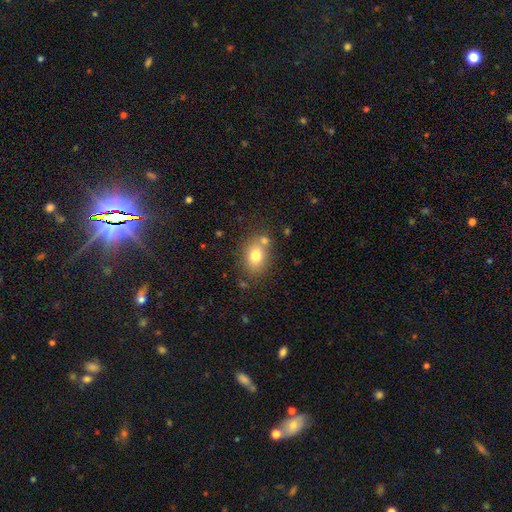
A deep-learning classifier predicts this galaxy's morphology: smooth_or_featured: smooth (p=0.76) [alt: featured or disk p=0.13]
how_rounded: in between (p=0.67) [alt: round p=0.32]
merging: none (p=0.65) [alt: merger p=0.16]